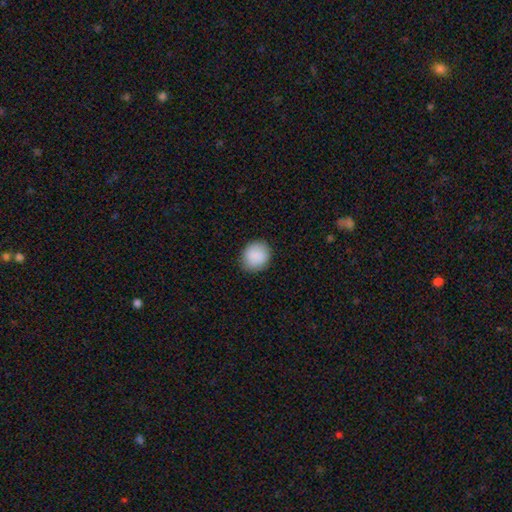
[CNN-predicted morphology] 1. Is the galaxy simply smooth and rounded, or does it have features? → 89% smooth, 7% star or artifact, 4% featured or disk.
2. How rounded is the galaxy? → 81% round, 18% in between, 1% cigar-shaped.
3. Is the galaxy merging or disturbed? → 88% none, 9% minor disturbance, 2% major disturbance, 1% merger.